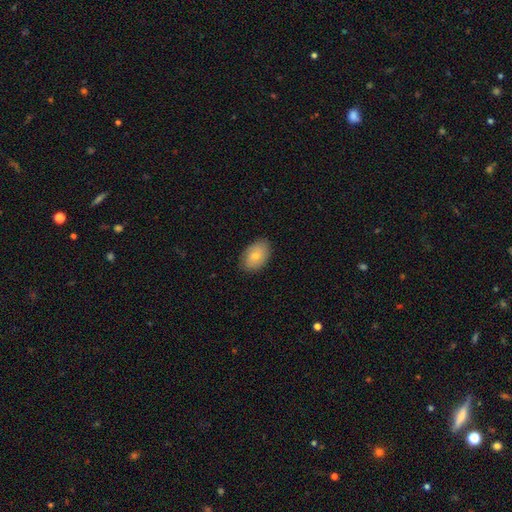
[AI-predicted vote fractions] A smooth galaxy with no disk features (75%) that is in between round and cigar-shaped (89%). Merging: none (85%).